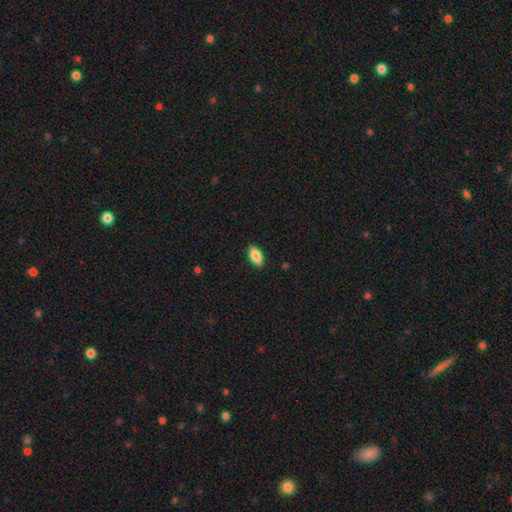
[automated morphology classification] This appears to be a smooth galaxy with no disk features (81%) that is in between round and cigar-shaped (83%). Merging: none (89%).